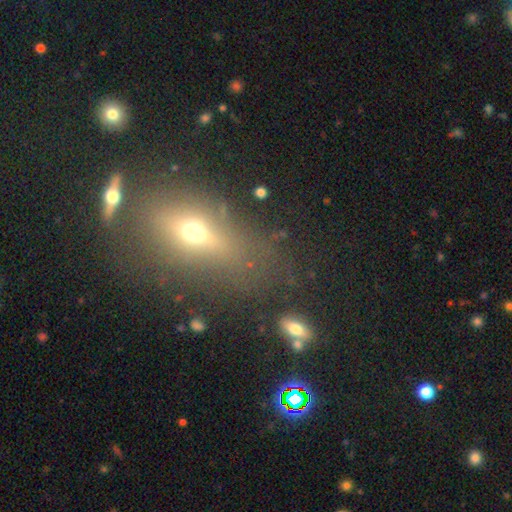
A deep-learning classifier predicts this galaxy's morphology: Smooth or featured?
  - smooth: 45% *
  - star or artifact: 28%
  - featured or disk: 27%
Merging?
  - none: 69% *
  - minor disturbance: 15%
  - major disturbance: 9%
  - merger: 7%